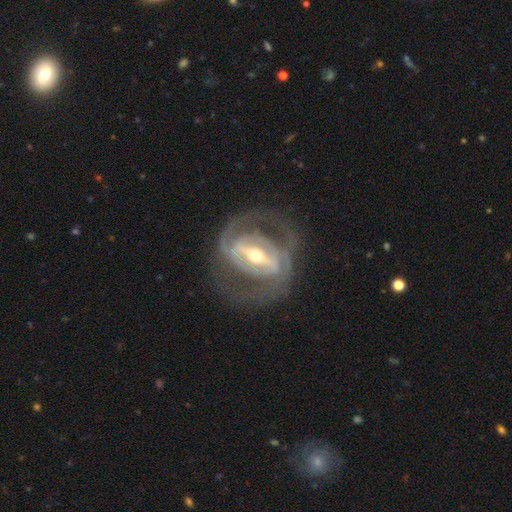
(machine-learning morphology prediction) A featured or disk galaxy (87%) with a strong bar (72%), 2 (71%) tight (43%) spiral arms (75%) and a moderate central bulge (51%). Merging: none (67%).